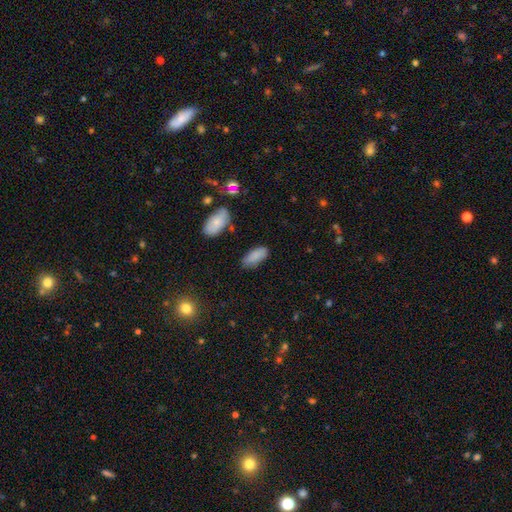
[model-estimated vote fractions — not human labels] smooth-or-featured: smooth: 85% | featured or disk: 8% | star or artifact: 7%
  how-rounded: in between: 85% | cigar-shaped: 13% | round: 2%
  merging: none: 71% | minor disturbance: 20% | major disturbance: 5% | merger: 4%